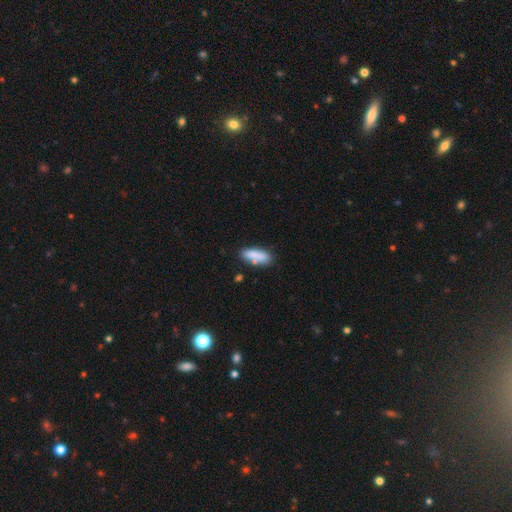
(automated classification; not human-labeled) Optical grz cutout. It shows a smooth galaxy with no disk features (83%) that is in between round and cigar-shaped (57%). Merging: none (72%).